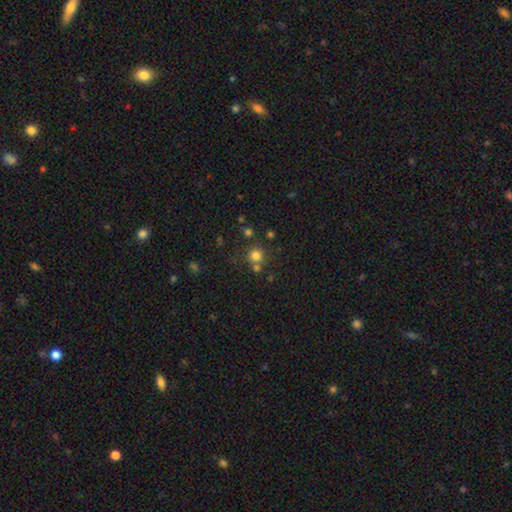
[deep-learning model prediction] Smooth or featured? Predicted: smooth (p=0.76). How rounded? Predicted: round (p=0.92). Merging? Predicted: none (p=0.68).